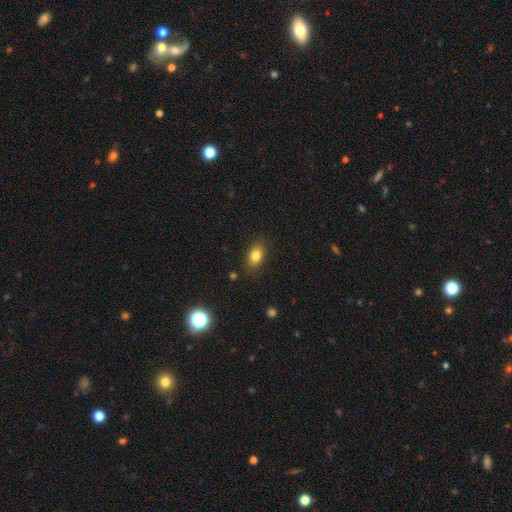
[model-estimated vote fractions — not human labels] A smooth galaxy with no disk features (81%) that is in between round and cigar-shaped (79%). Merging: none (83%).